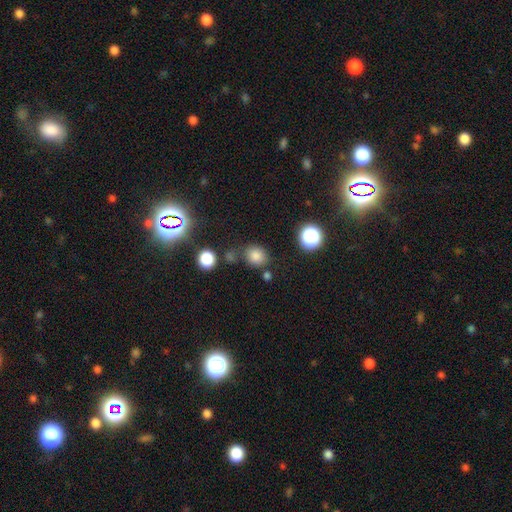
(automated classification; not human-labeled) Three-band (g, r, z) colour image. It shows a smooth galaxy with no disk features (79%) that is round (69%). Merging: none (73%).